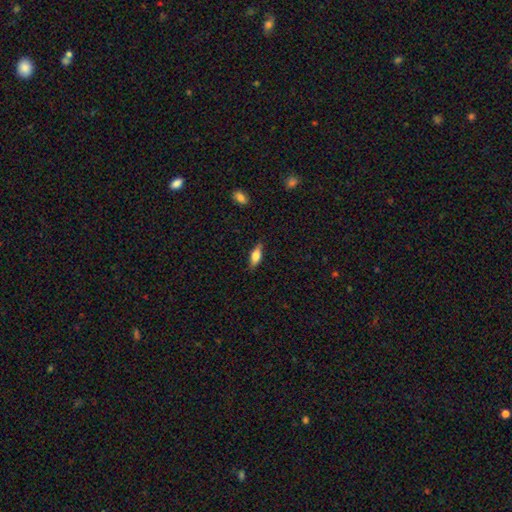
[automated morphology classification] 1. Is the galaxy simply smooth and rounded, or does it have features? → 70% smooth, 23% featured or disk, 7% star or artifact.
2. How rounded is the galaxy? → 69% in between, 28% cigar-shaped, 3% round.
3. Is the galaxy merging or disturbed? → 82% none, 14% minor disturbance, 3% major disturbance, 1% merger.